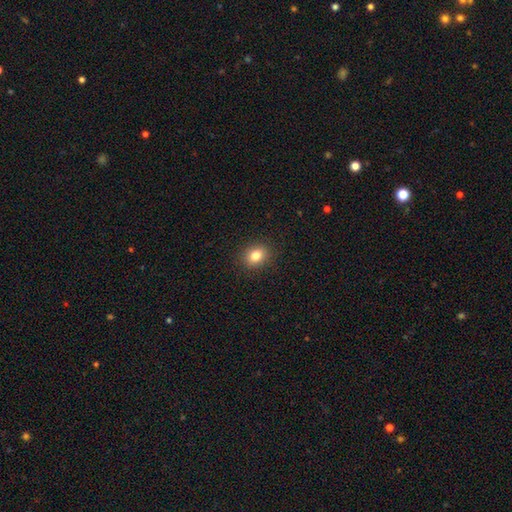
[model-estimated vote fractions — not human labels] This is clearly a smooth galaxy (82%). How rounded: possibly in between (50%). Merging: clearly none (90%).